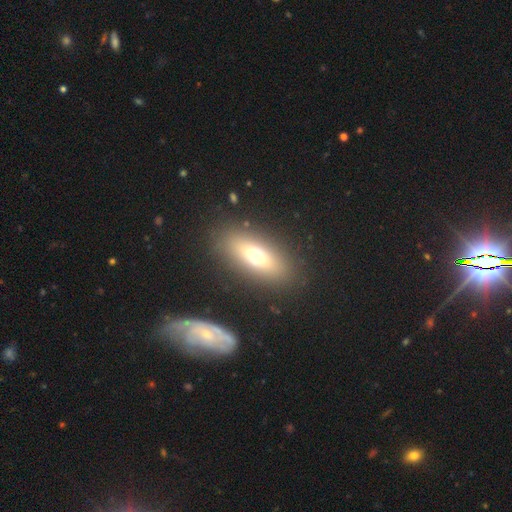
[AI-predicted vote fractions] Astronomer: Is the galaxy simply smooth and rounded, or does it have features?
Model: smooth — 62%.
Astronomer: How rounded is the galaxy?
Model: in between — 72%.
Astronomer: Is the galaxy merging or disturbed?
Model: none — 84%.